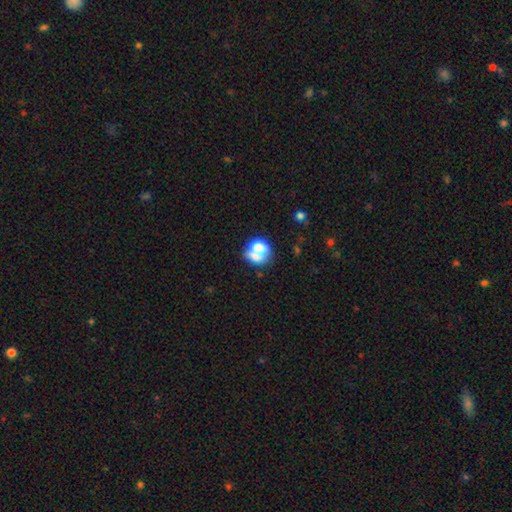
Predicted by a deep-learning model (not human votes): smooth_or_featured: smooth (p=0.62) [alt: featured or disk p=0.28]
how_rounded: round (p=0.61) [alt: in between p=0.38]
merging: merger (p=0.51) [alt: none p=0.27]